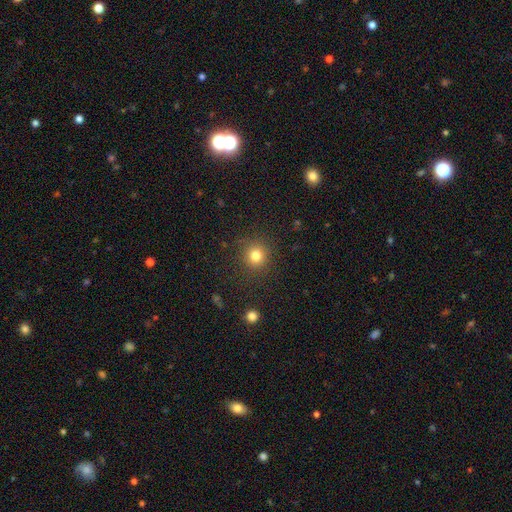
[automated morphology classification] A smooth galaxy with no disk features (80%) that is round (92%). Merging: none (88%).